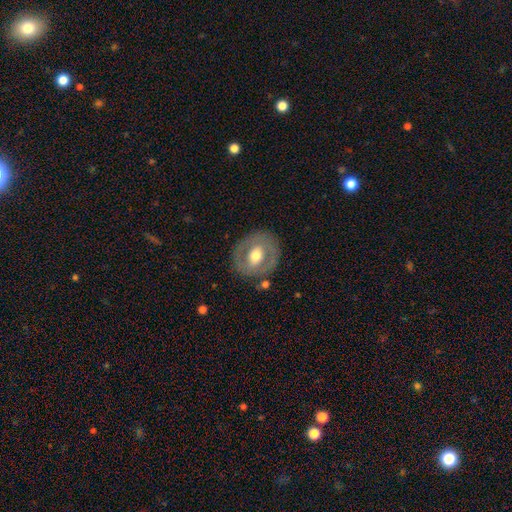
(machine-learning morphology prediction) Q: Smooth or featured?
A: featured or disk (52%); runner-up: smooth (43%)
Q: Edge-on disk?
A: no (94%); runner-up: yes (6%)
Q: Merging?
A: none (81%); runner-up: minor disturbance (11%)